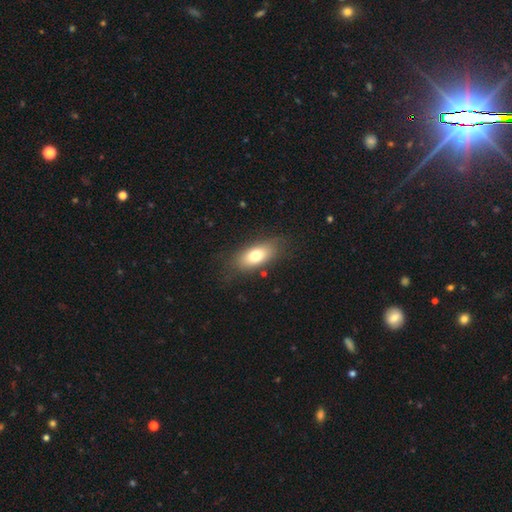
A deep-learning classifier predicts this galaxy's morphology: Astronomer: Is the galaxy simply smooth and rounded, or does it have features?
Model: smooth — 73%.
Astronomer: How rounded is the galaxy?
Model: in between — 85%.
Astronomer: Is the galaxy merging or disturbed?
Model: none — 77%.